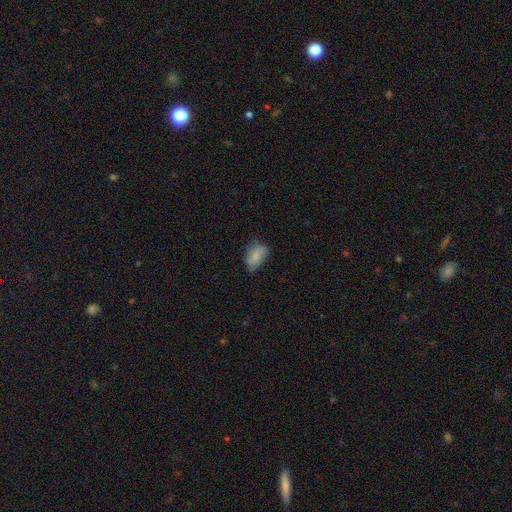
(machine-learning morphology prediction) This is likely a smooth galaxy (78%). How rounded: clearly in between (90%). Merging: likely none (61%).